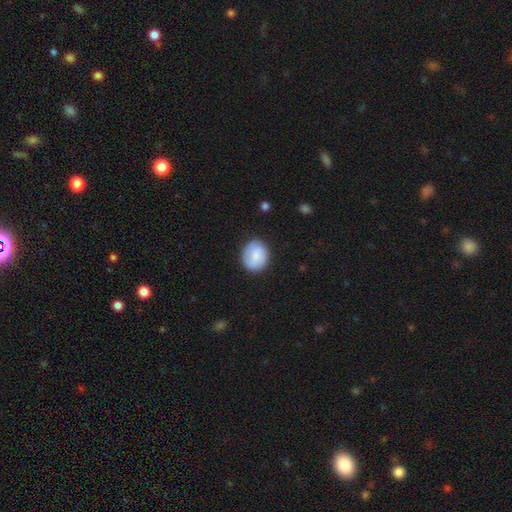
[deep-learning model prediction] Smooth or featured? smooth (76%)
How rounded? round (72%)
Merging? none (82%)